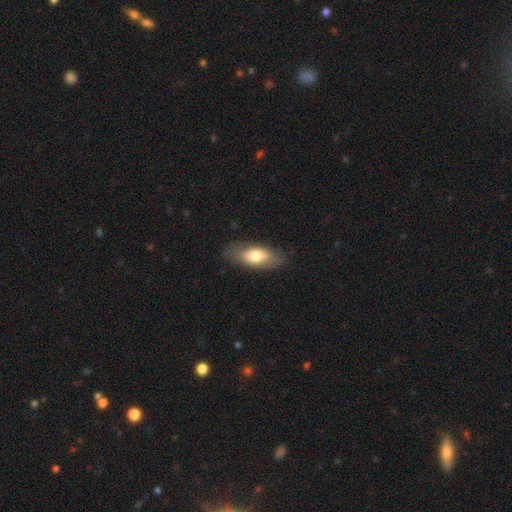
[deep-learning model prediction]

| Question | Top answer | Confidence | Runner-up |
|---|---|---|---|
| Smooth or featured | smooth | 63% | featured or disk (31%) |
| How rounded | in between | 85% | cigar-shaped (12%) |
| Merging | none | 78% | minor disturbance (16%) |